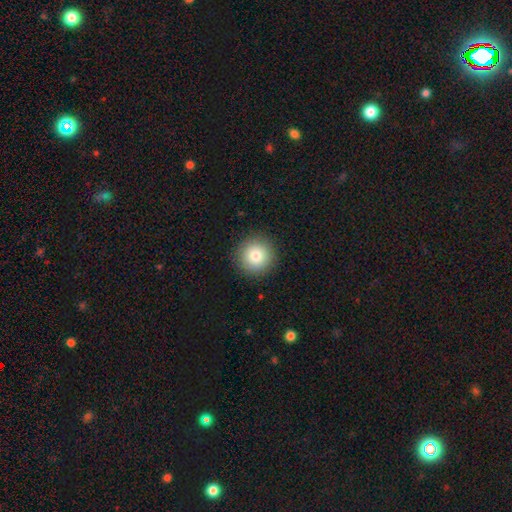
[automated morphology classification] This is clearly a smooth galaxy (81%). How rounded: clearly round (95%). Merging: clearly none (92%).